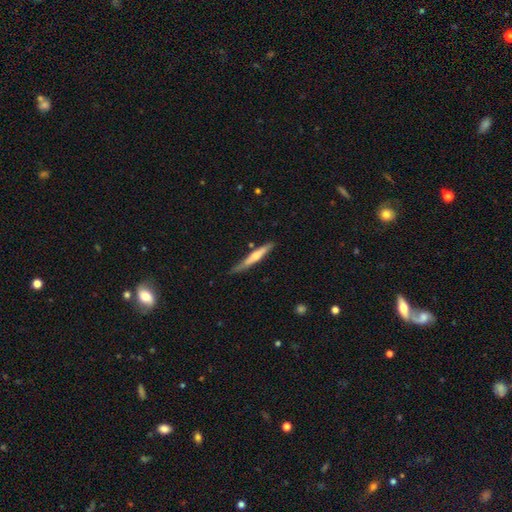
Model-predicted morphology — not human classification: This appears to be a smooth galaxy with no disk features (48%). Merging: none (71%).